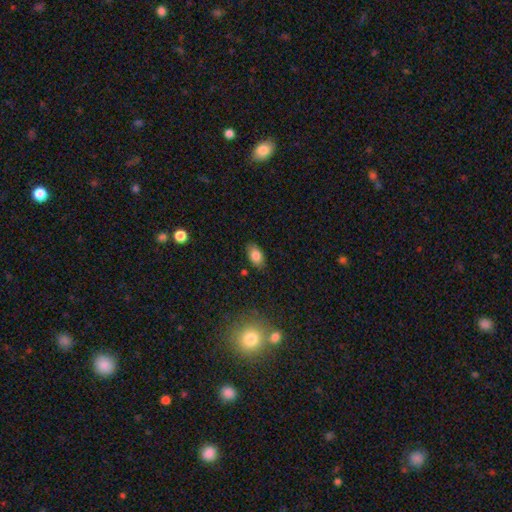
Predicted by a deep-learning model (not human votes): Smooth or featured?
  - smooth: 83% *
  - star or artifact: 9%
  - featured or disk: 9%
How rounded?
  - in between: 91% *
  - round: 7%
  - cigar-shaped: 2%
Merging?
  - none: 84% *
  - minor disturbance: 12%
  - major disturbance: 3%
  - merger: 2%